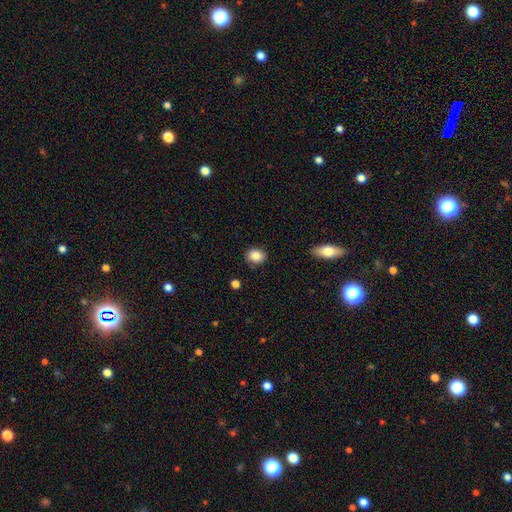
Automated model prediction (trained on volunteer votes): This appears to be a smooth galaxy with no disk features (85%) that is round (68%). Merging: none (87%).